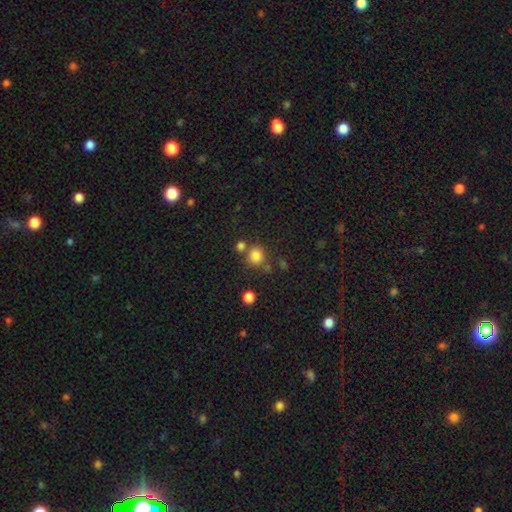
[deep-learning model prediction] smooth 81%, star or artifact 13%, featured or disk 6%. Down the decision tree: how rounded — round (87%); merging — none (68%).